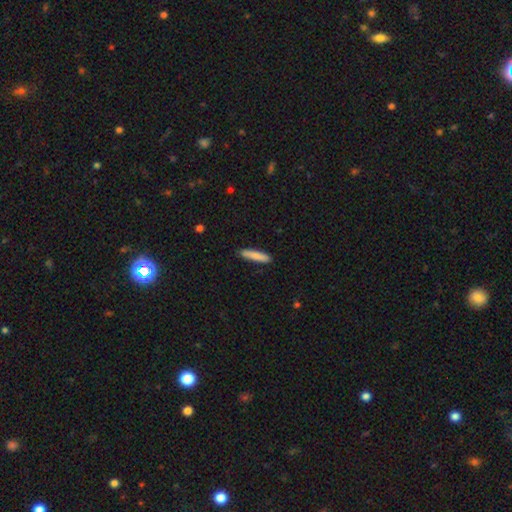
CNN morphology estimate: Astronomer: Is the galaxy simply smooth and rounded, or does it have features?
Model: smooth — 83%.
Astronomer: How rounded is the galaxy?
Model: cigar-shaped — 87%.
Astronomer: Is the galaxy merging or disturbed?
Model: none — 89%.